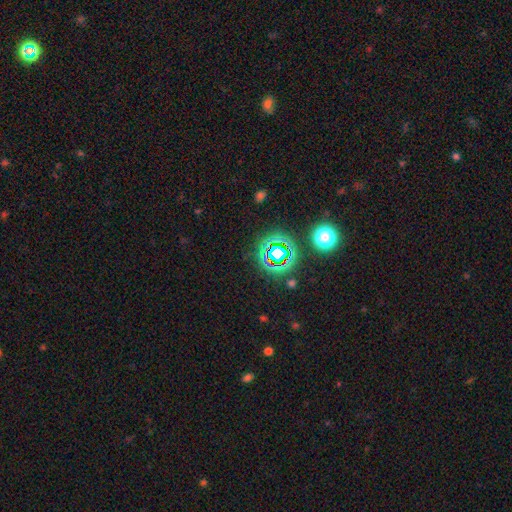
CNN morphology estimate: star or artifact 72%, smooth 18%, featured or disk 9%.